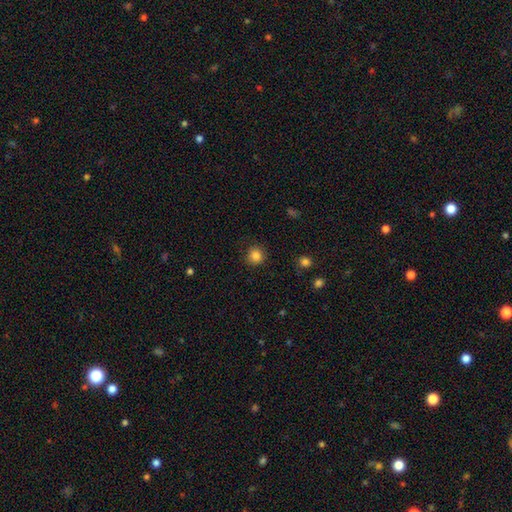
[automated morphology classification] Smooth or featured?
  - smooth: 84% *
  - star or artifact: 12%
  - featured or disk: 4%
How rounded?
  - round: 92% *
  - in between: 7%
  - cigar-shaped: 1%
Merging?
  - none: 89% *
  - minor disturbance: 7%
  - major disturbance: 2%
  - merger: 1%